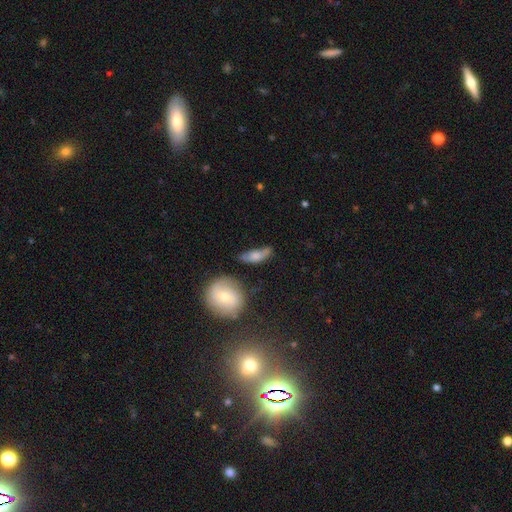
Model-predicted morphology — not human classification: type=smooth (59%); roundness=in between (58%); merging=none (50%).